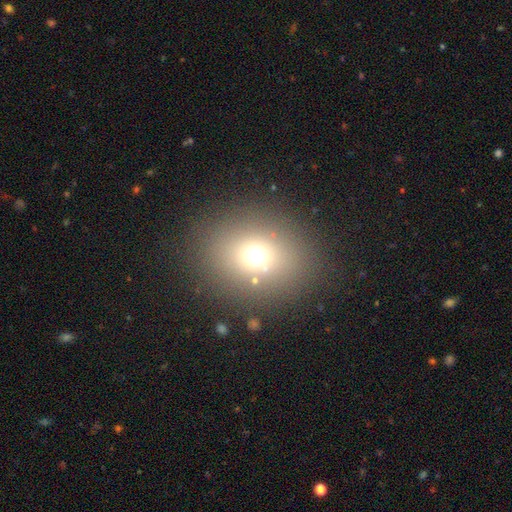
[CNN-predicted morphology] A smooth galaxy with no disk features (66%) that is round (64%). Merging: none (85%).